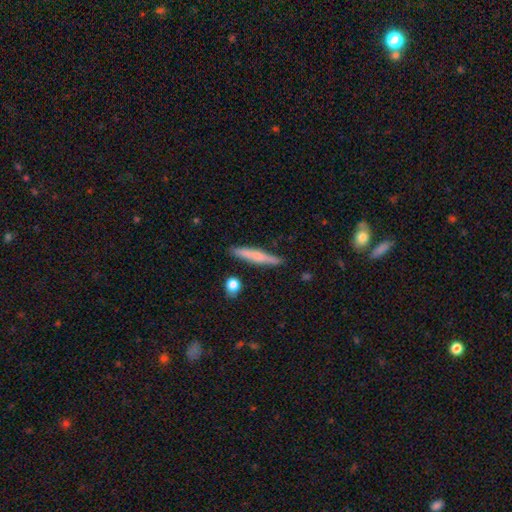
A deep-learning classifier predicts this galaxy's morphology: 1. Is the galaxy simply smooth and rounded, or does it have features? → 60% smooth, 34% featured or disk, 6% star or artifact.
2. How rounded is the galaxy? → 94% cigar-shaped, 5% in between, 2% round.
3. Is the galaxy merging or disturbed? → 88% none, 8% minor disturbance, 2% merger, 2% major disturbance.